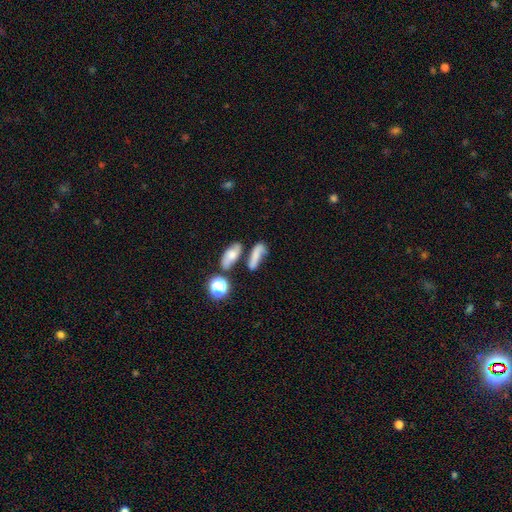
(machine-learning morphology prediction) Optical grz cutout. It shows a smooth galaxy with no disk features (64%) that is in between round and cigar-shaped (51%). Merging: none (42%).